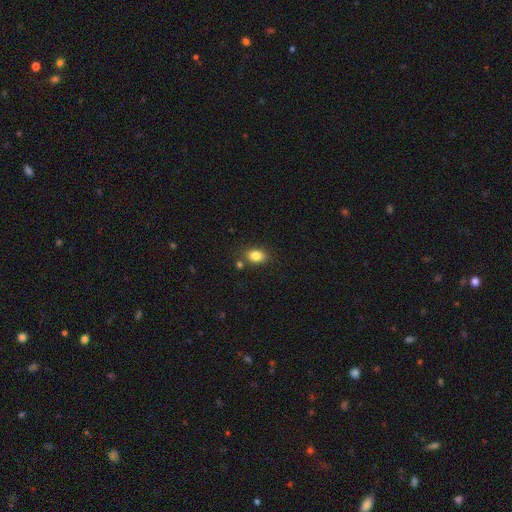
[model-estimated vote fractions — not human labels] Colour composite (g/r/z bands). It shows a smooth galaxy with no disk features (83%) that is in between round and cigar-shaped (75%). Merging: none (76%).